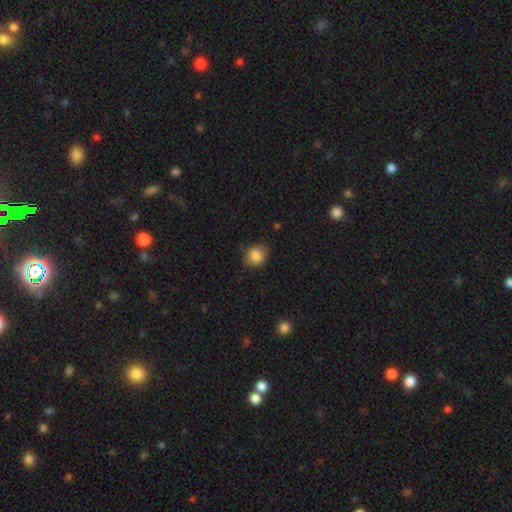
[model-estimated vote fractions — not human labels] Smooth or featured?
  - smooth: 85% *
  - star or artifact: 9%
  - featured or disk: 6%
How rounded?
  - round: 67% *
  - in between: 32%
  - cigar-shaped: 1%
Merging?
  - none: 73% *
  - minor disturbance: 21%
  - major disturbance: 4%
  - merger: 1%